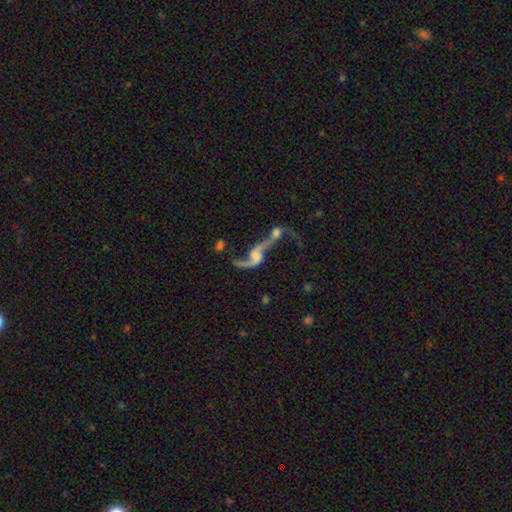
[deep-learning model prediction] featured or disk 77%, smooth 13%, star or artifact 10%. Down the decision tree: edge-on disk — no (93%); bar — no (56%); spiral arms — yes (82%); spiral arm count — 2 (81%); spiral winding — loose (91%); bulge size — none (41%); merging — merger (60%).